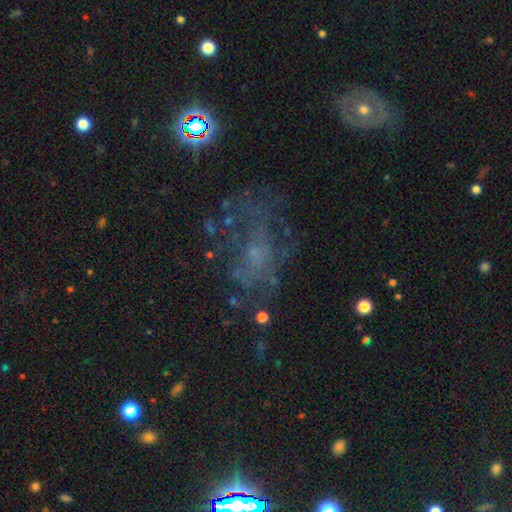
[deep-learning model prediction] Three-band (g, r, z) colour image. It shows a featured or disk galaxy (50%). Merging: none (48%).